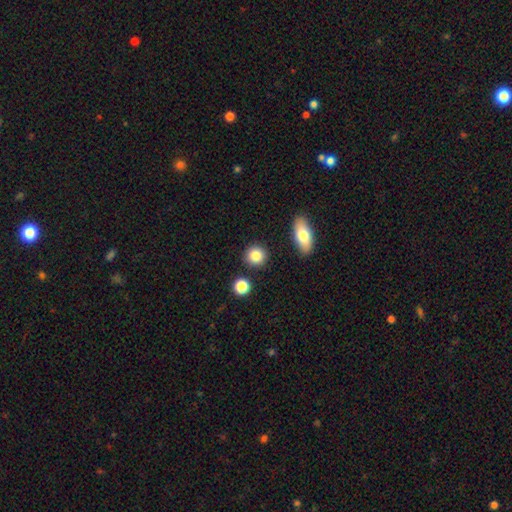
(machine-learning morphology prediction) The model was most divided on "how rounded": round: 86%, in between: 13%, cigar-shaped: 1%. More confident: merging — none (87%); smooth or featured — smooth (85%).